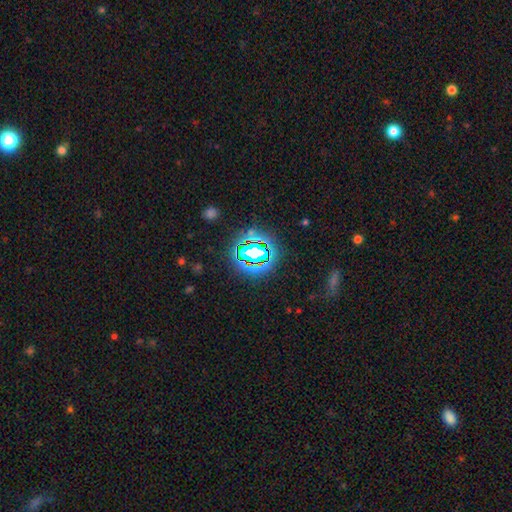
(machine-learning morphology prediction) A star or artifact, not a galaxy (69%).